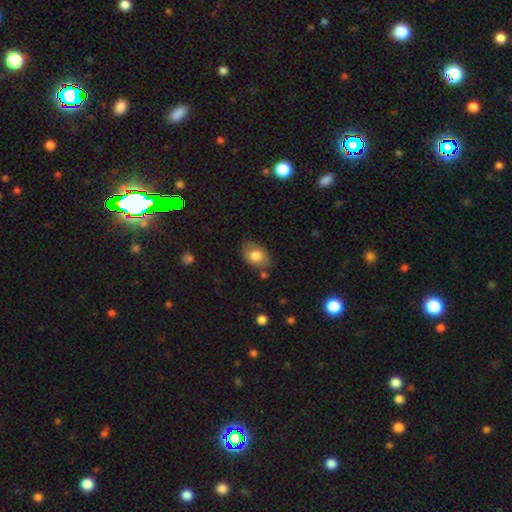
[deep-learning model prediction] This appears to be a smooth galaxy with no disk features (76%) that is in between round and cigar-shaped (78%). Merging: none (74%).